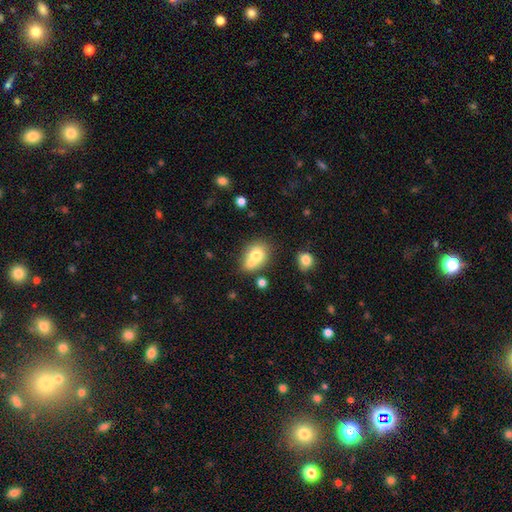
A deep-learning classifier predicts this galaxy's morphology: Smooth or featured?
  - smooth: 73% *
  - featured or disk: 17%
  - star or artifact: 10%
How rounded?
  - in between: 58% *
  - round: 40%
  - cigar-shaped: 1%
Merging?
  - merger: 43% *
  - none: 36%
  - minor disturbance: 15%
  - major disturbance: 6%